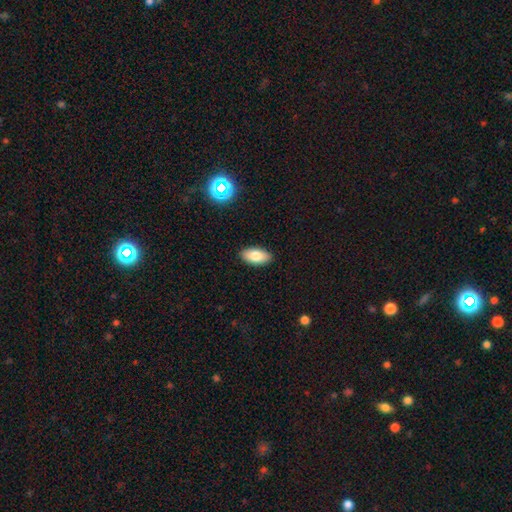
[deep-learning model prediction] Q: Smooth or featured?
A: smooth (82%); runner-up: featured or disk (11%)
Q: How rounded?
A: in between (92%); runner-up: cigar-shaped (5%)
Q: Merging?
A: none (89%); runner-up: minor disturbance (8%)